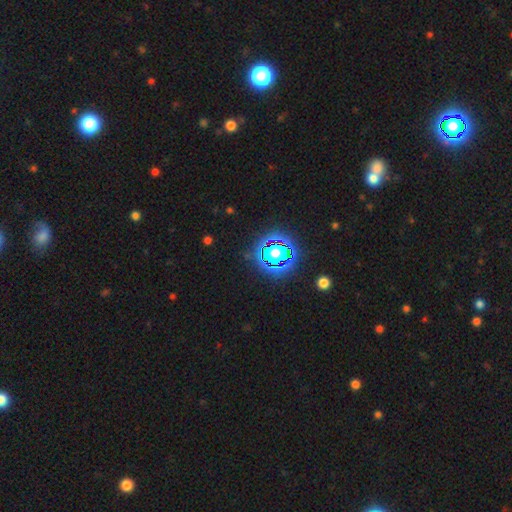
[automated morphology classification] This is likely a star or artifact rather than a galaxy (78%).